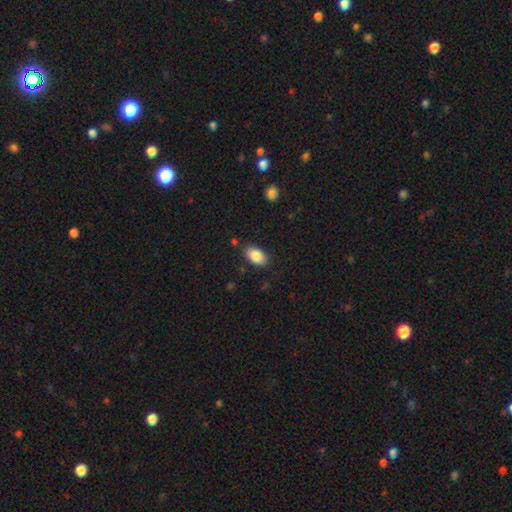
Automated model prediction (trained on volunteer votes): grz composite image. It shows a smooth galaxy with no disk features (87%) that is in between round and cigar-shaped (93%). Merging: none (85%).